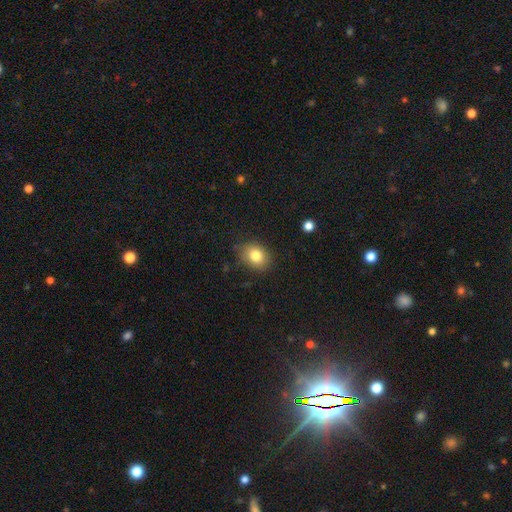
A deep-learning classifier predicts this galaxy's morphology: Q: Smooth or featured?
A: smooth (81%); runner-up: star or artifact (10%)
Q: How rounded?
A: in between (58%); runner-up: round (41%)
Q: Merging?
A: none (80%); runner-up: minor disturbance (15%)